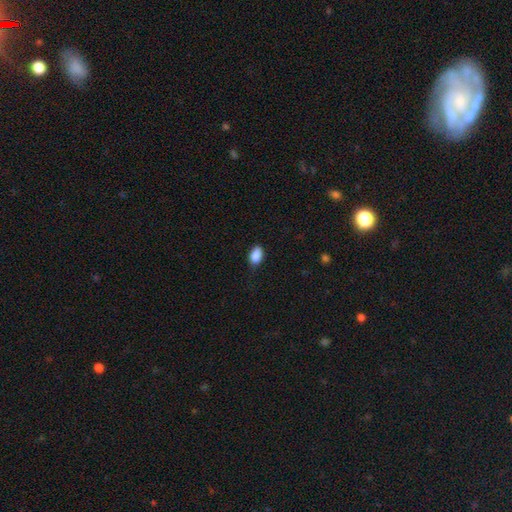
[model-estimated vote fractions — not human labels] A smooth galaxy with no disk features (88%) that is in between round and cigar-shaped (89%).

Vote fractions:
- Smooth or featured? smooth: 88% / star or artifact: 8% / featured or disk: 4%
- How rounded? in between: 89% / round: 9% / cigar-shaped: 2%
- Merging? none: 76% / minor disturbance: 19% / major disturbance: 3% / merger: 1%